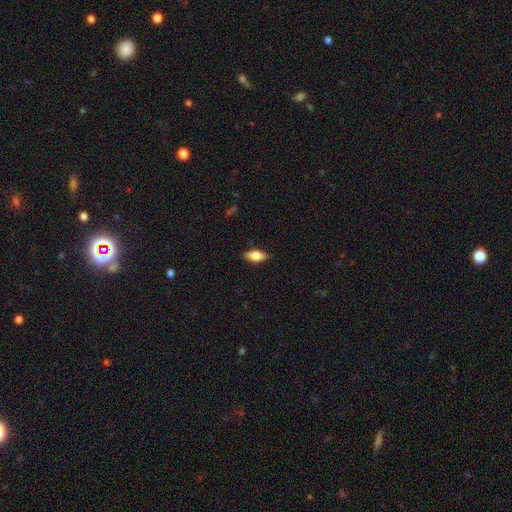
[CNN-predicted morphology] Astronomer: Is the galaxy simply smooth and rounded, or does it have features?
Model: smooth — 68%.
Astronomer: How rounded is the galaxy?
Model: in between — 82%.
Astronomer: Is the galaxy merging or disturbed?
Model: none — 85%.